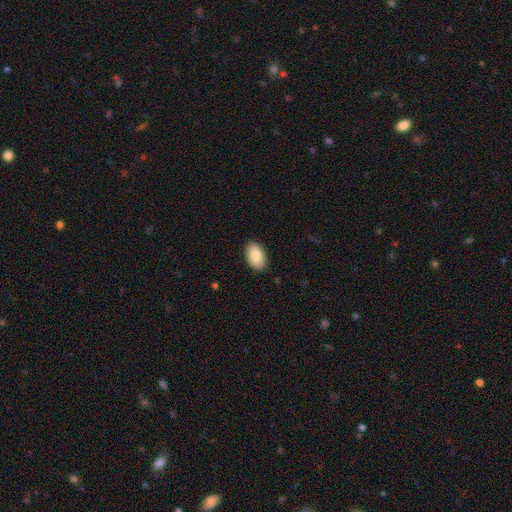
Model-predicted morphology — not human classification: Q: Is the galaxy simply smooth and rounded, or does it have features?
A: smooth — 86%.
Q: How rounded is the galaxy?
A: in between — 93%.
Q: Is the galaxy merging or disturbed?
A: none — 89%.